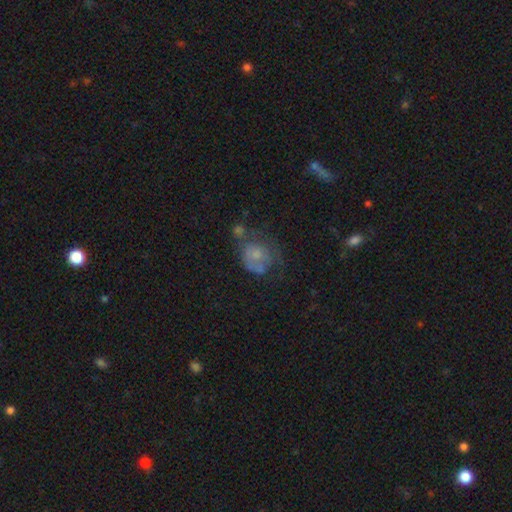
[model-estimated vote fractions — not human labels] The model was most divided on "merging": none: 33%, major disturbance: 28%, minor disturbance: 24%, merger: 16%. Remaining: smooth or featured — smooth (48%).